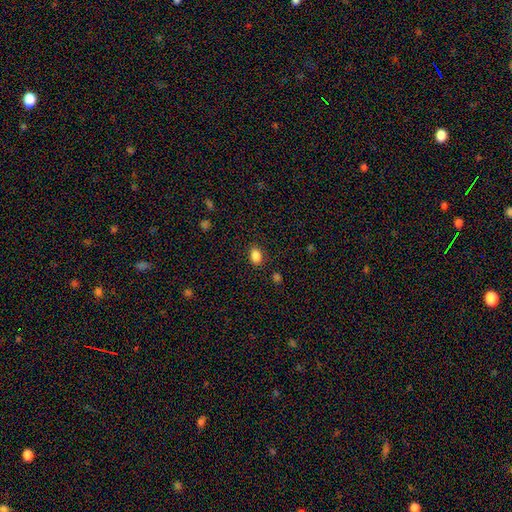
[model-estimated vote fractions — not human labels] A smooth galaxy with no disk features (86%) that is in between round and cigar-shaped (80%). Merging: none (86%).